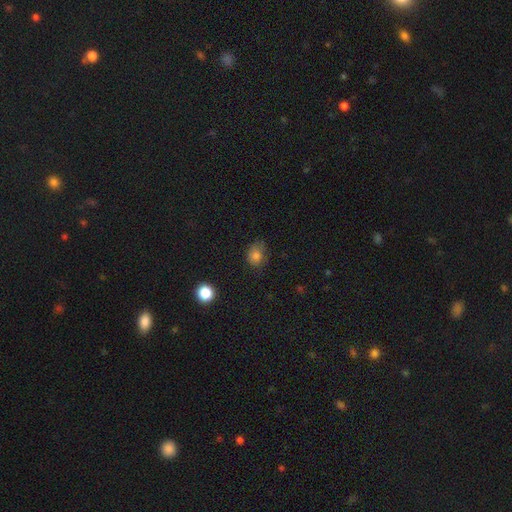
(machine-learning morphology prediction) Smooth or featured?
  - smooth: 79% *
  - star or artifact: 13%
  - featured or disk: 8%
How rounded?
  - round: 51% *
  - in between: 48%
  - cigar-shaped: 1%
Merging?
  - none: 61% *
  - minor disturbance: 29%
  - major disturbance: 9%
  - merger: 2%